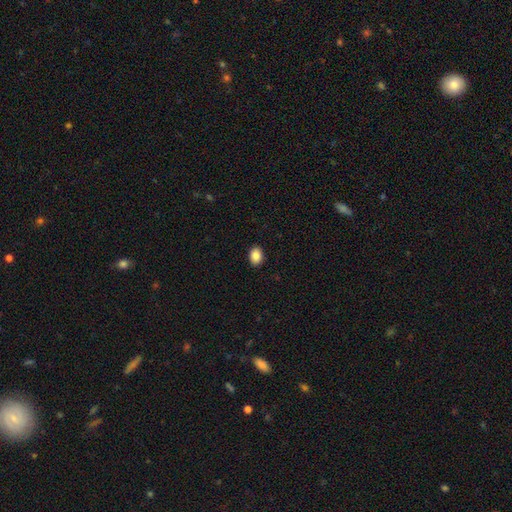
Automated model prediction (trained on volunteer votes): smooth_or_featured: smooth (p=0.88) [alt: star or artifact p=0.08]
how_rounded: in between (p=0.72) [alt: round p=0.27]
merging: none (p=0.90) [alt: minor disturbance p=0.07]